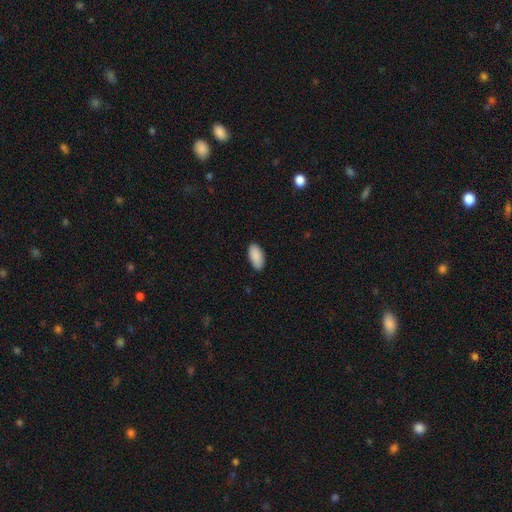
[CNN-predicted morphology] A smooth galaxy with no disk features (90%) that is in between round and cigar-shaped (94%).

Vote fractions:
- Smooth or featured? smooth: 90% / star or artifact: 6% / featured or disk: 4%
- How rounded? in between: 94% / cigar-shaped: 4% / round: 2%
- Merging? none: 87% / minor disturbance: 10% / major disturbance: 2% / merger: 1%